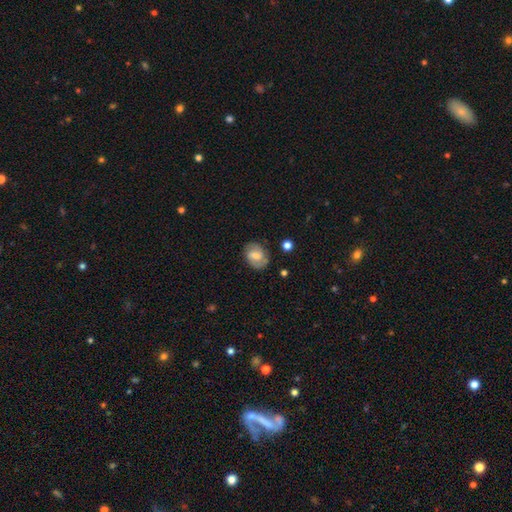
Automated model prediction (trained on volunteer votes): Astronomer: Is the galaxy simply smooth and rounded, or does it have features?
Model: featured or disk — 54% (runner-up: smooth, 39%).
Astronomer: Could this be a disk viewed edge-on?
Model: no — 97%.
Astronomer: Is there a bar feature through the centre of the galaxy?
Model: weak — 53%.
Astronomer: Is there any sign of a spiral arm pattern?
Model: yes — 83%.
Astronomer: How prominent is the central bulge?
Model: moderate — 45% (runner-up: small, 35%).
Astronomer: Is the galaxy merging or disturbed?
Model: none — 78%.